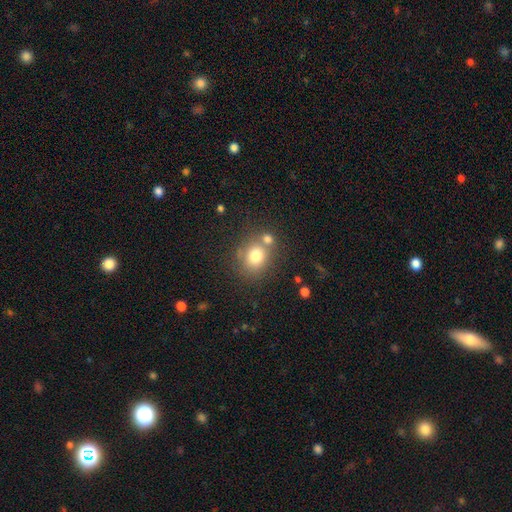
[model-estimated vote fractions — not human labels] The model was most divided on "merging": none: 58%, merger: 25%, minor disturbance: 12%, major disturbance: 5%. More confident: smooth or featured — smooth (77%); how rounded — round (70%).